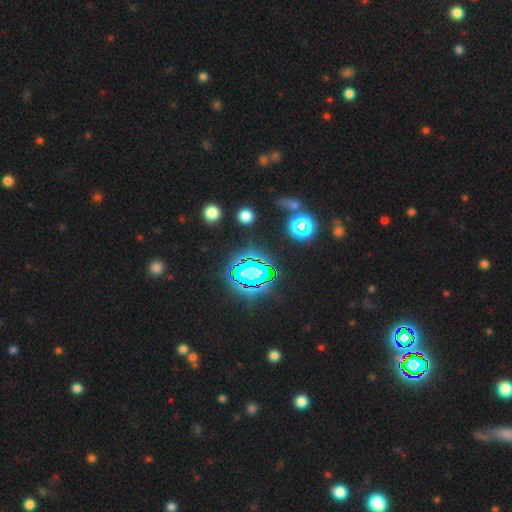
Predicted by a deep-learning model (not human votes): Smooth or featured? star or artifact (78%)